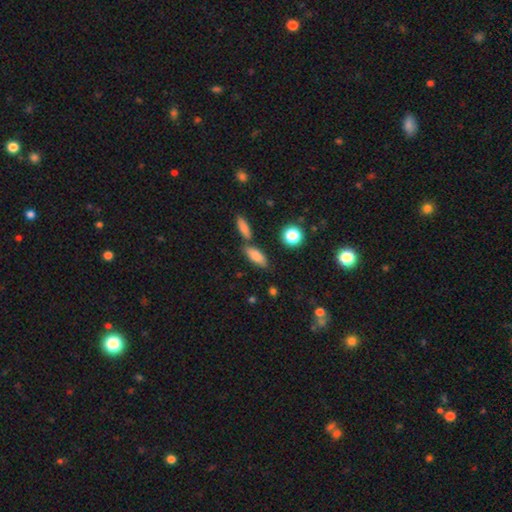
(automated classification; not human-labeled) smooth 79%, featured or disk 11%, star or artifact 10%. Down the decision tree: how rounded — in between (74%); merging — none (67%).